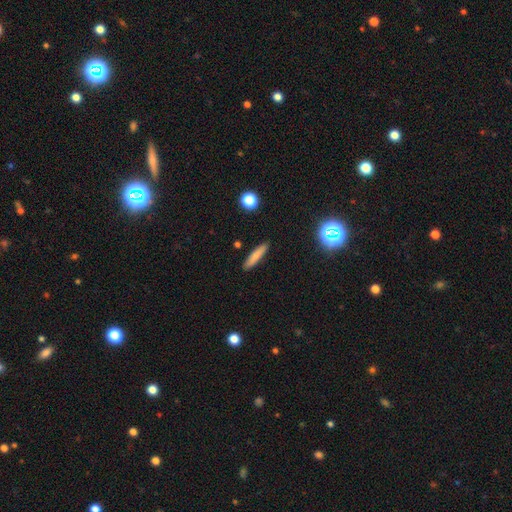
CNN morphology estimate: Smooth or featured? Predicted: smooth (p=0.77). How rounded? Predicted: cigar-shaped (p=0.86). Merging? Predicted: none (p=0.90).